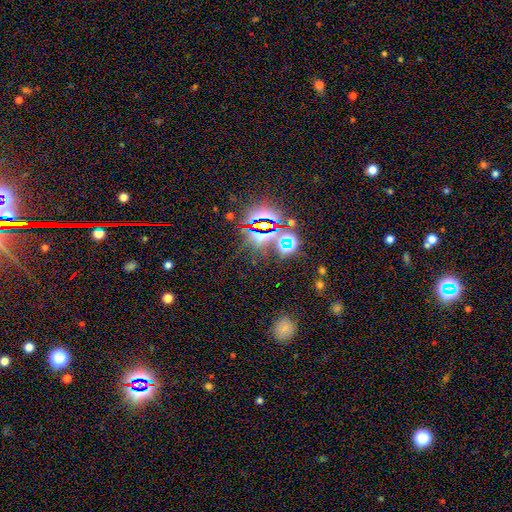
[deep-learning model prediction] smooth_or_featured: star or artifact (p=0.79) [alt: smooth p=0.14]